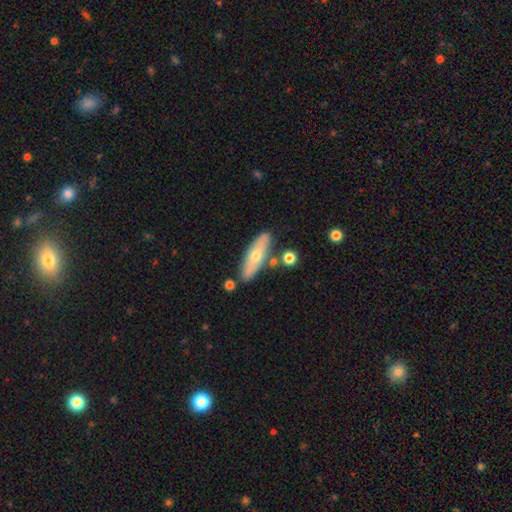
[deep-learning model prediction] smooth 56%, featured or disk 38%, star or artifact 6%. Down the decision tree: how rounded — cigar-shaped (53%); merging — none (80%).